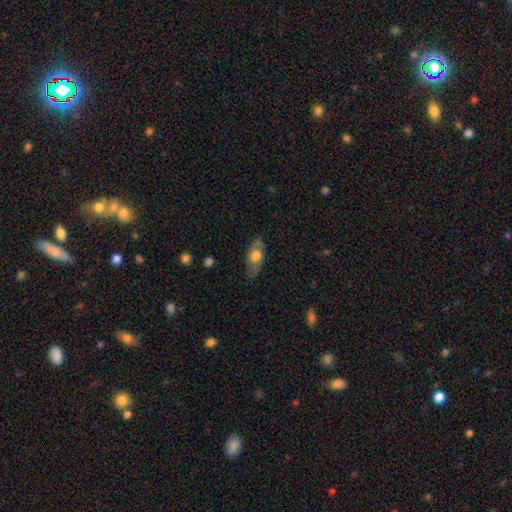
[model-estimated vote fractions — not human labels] The model was most divided on "smooth or featured": smooth: 57%, featured or disk: 37%, star or artifact: 6%. More confident: how rounded — in between (85%); merging — none (71%).